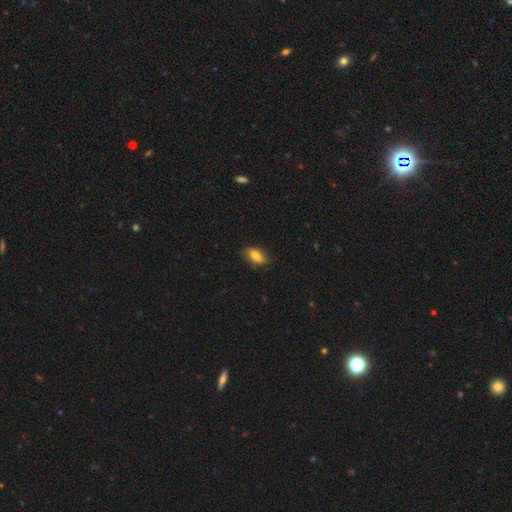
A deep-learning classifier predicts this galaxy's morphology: The model was most divided on "merging": none: 77%, minor disturbance: 18%, major disturbance: 4%, merger: 1%. More confident: how rounded — in between (81%); smooth or featured — smooth (77%).